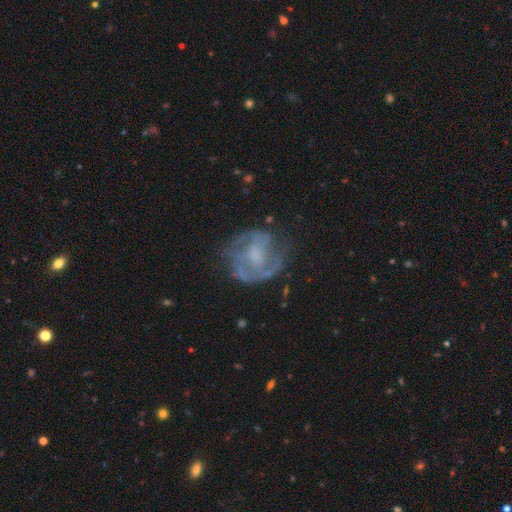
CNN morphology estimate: Smooth or featured: featured or disk — 76% (smooth — 16%)
Edge-on disk: no — 97% (yes — 3%)
Bar: no — 53% (weak — 36%)
Spiral arms: yes — 78% (no — 22%)
Spiral winding: medium — 45% (tight — 37%)
Spiral arm count: 2 — 50% (can't tell — 26%)
Bulge size: moderate — 36% (none — 27%)
Merging: none — 62% (minor disturbance — 21%)